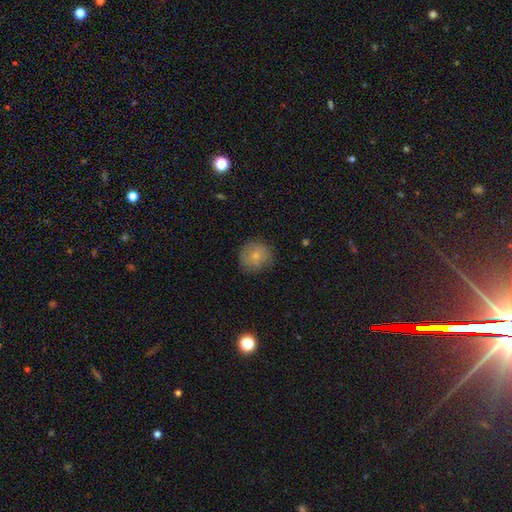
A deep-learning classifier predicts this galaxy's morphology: Smooth or featured: smooth — 75% (featured or disk — 16%)
How rounded: round — 89% (in between — 10%)
Merging: none — 79% (minor disturbance — 16%)